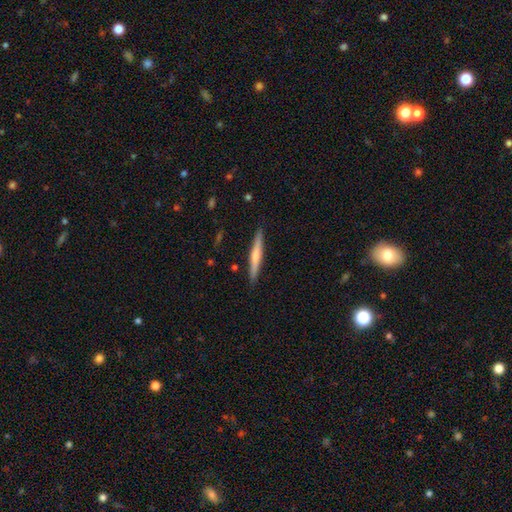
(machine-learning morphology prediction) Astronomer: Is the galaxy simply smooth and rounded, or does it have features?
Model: smooth — 50% (runner-up: featured or disk, 45%).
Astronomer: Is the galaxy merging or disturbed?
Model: none — 90%.